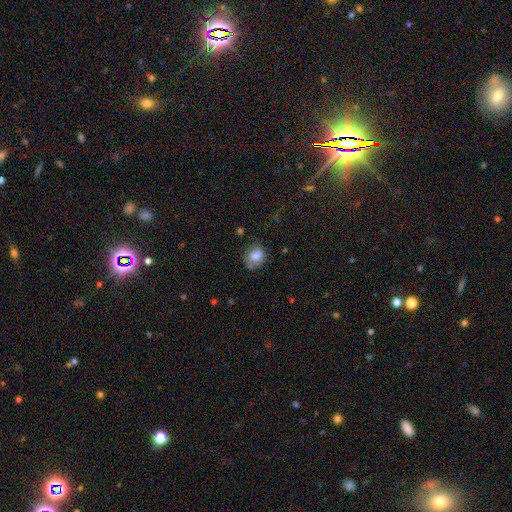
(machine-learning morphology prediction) type=smooth (78%); roundness=round (55%); merging=none (60%).